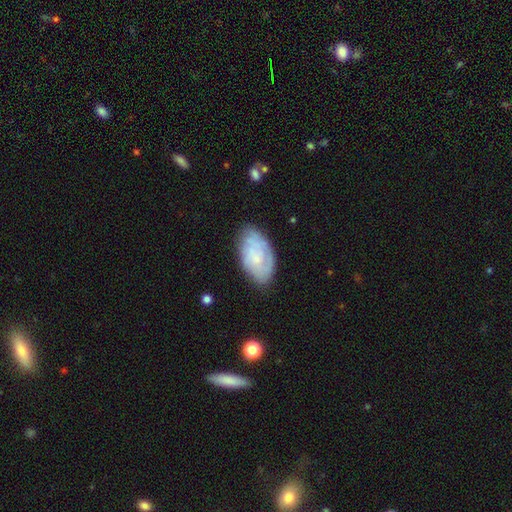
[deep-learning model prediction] Smooth or featured? featured or disk (54%)
Edge-on disk? no (95%)
Bar? no (75%)
Spiral arms? yes (76%)
Bulge size? small (66%)
Merging? none (72%)